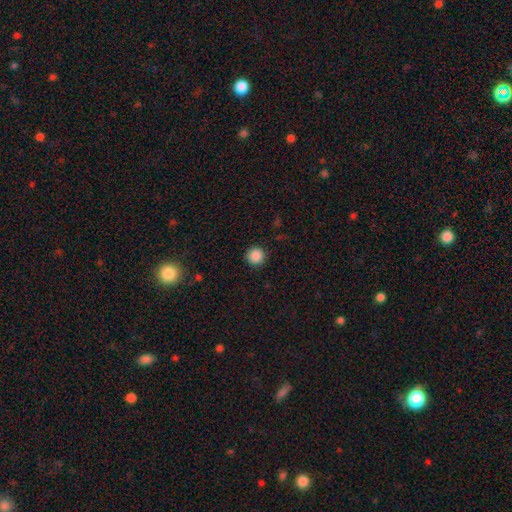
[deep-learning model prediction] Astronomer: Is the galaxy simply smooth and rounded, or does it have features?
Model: smooth — 87%.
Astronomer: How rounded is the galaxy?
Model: round — 95%.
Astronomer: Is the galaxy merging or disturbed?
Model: none — 91%.